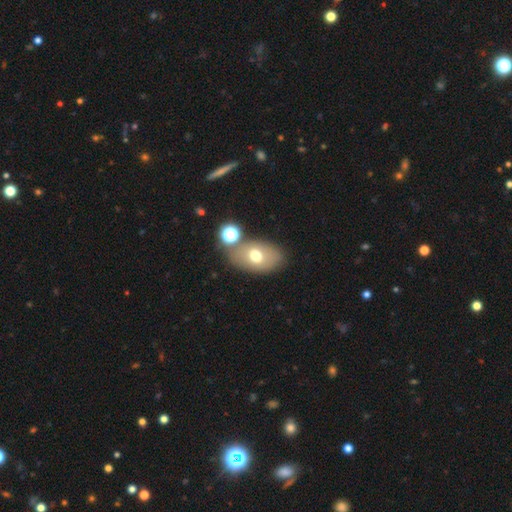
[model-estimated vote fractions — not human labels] This is likely a smooth galaxy (65%). How rounded: clearly in between (85%). Merging: likely none (67%).